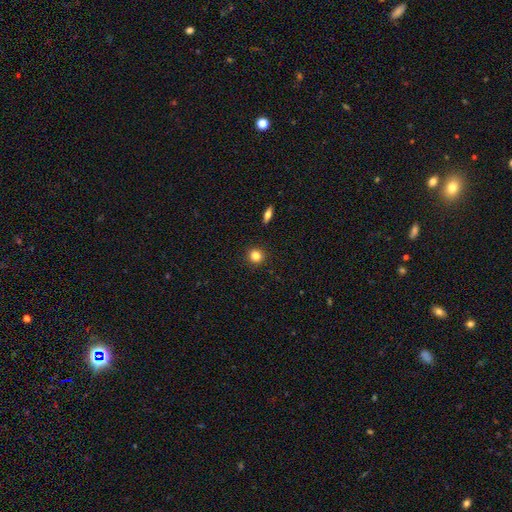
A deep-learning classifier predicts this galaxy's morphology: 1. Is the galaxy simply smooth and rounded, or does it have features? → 82% smooth, 12% star or artifact, 6% featured or disk.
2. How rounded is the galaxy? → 91% round, 8% in between, 1% cigar-shaped.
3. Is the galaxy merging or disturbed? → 92% none, 5% minor disturbance, 2% major disturbance, 1% merger.